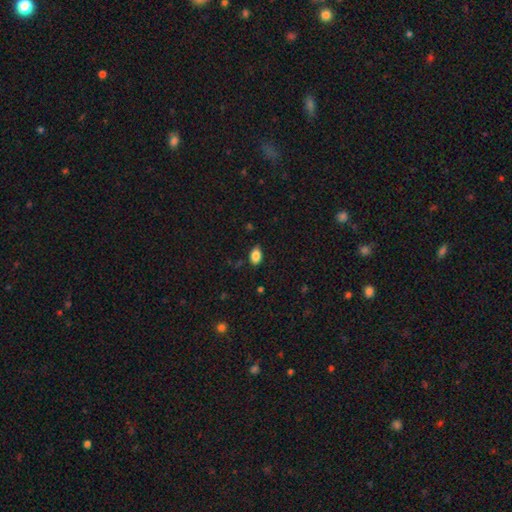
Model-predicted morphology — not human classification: This appears to be a smooth galaxy with no disk features (85%) that is in between round and cigar-shaped (88%). Merging: none (81%).